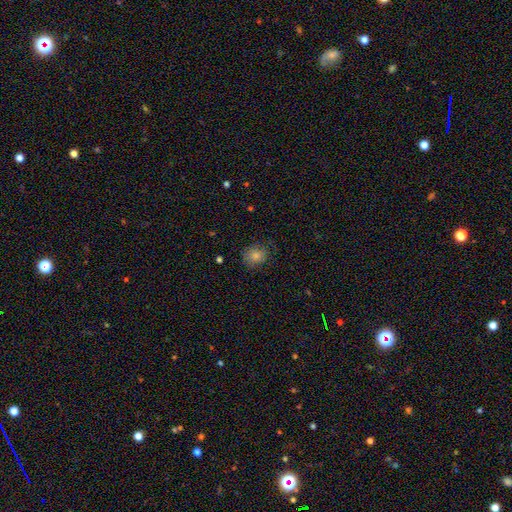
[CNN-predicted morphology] Smooth or featured?
  - smooth: 73% *
  - star or artifact: 17%
  - featured or disk: 10%
How rounded?
  - round: 66% *
  - in between: 33%
  - cigar-shaped: 1%
Merging?
  - none: 78% *
  - minor disturbance: 16%
  - major disturbance: 5%
  - merger: 1%